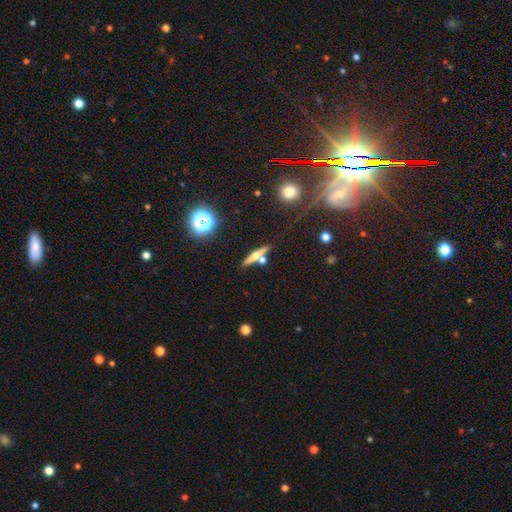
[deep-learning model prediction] Smooth or featured?
  - featured or disk: 59% *
  - smooth: 30%
  - star or artifact: 12%
Edge-on disk?
  - yes: 94% *
  - no: 6%
Edge-on bulge?
  - rounded: 90% *
  - none: 6%
  - boxy: 4%
Merging?
  - none: 74% *
  - merger: 15%
  - minor disturbance: 9%
  - major disturbance: 3%